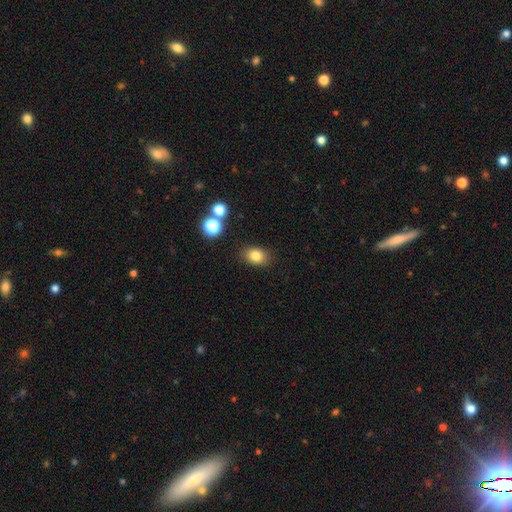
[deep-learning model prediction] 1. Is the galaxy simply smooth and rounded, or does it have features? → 82% smooth, 11% star or artifact, 7% featured or disk.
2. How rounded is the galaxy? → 71% in between, 28% round, 1% cigar-shaped.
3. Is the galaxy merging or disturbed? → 84% none, 10% minor disturbance, 3% merger, 3% major disturbance.